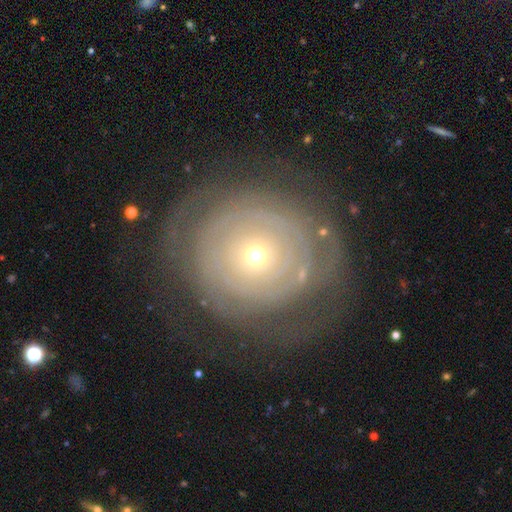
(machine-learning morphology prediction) type=featured or disk (68%); edge-on=no (96%); bar=no (89%); spiral arms=yes (61%); bulge=small (70%); merging=none (72%).